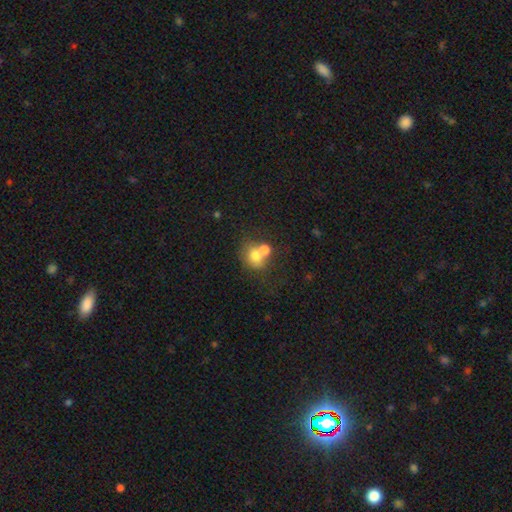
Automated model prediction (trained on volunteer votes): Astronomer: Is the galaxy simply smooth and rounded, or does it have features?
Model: smooth — 71%.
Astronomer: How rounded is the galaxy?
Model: round — 58% (runner-up: in between, 41%).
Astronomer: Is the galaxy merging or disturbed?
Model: merger — 50% (runner-up: none, 35%).